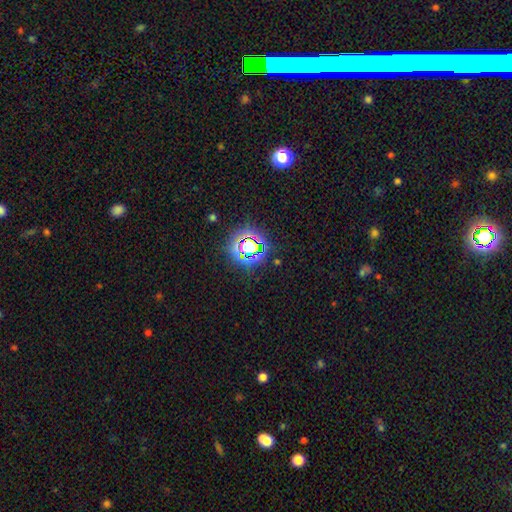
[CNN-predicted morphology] smooth-or-featured: star or artifact: 75% | smooth: 16% | featured or disk: 9%